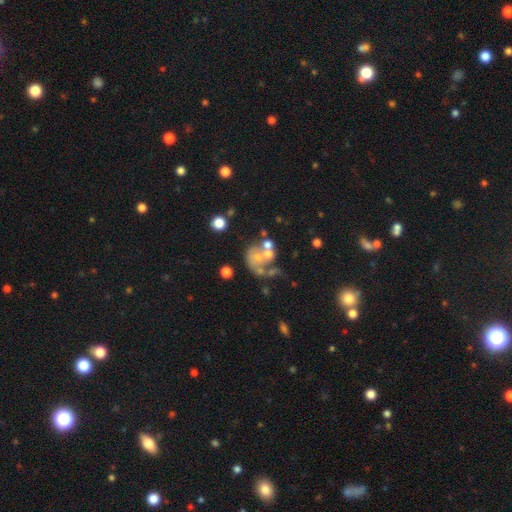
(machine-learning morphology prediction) The model was most divided on "merging" (2-way tie): merger: 29%, none: 29%, major disturbance: 28%, minor disturbance: 15%. Remaining: edge-on disk — no (98%); bar — no (89%); spiral arms — no (72%); smooth or featured — featured or disk (52%); bulge size — small (37%).